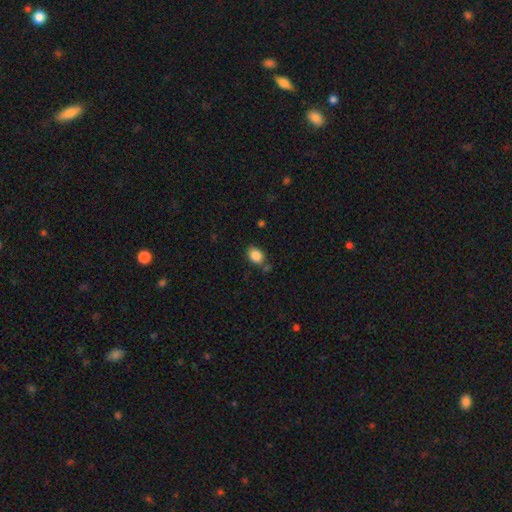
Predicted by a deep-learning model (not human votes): smooth-or-featured: smooth: 86% | star or artifact: 9% | featured or disk: 5%
  how-rounded: in between: 60% | round: 39% | cigar-shaped: 1%
  merging: none: 72% | minor disturbance: 16% | merger: 7% | major disturbance: 4%